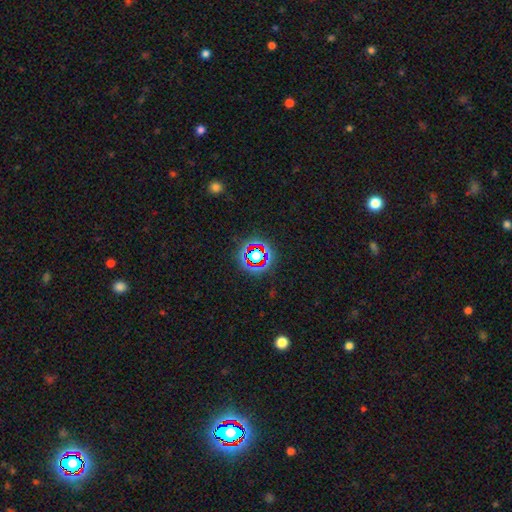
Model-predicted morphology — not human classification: type=star or artifact (66%).